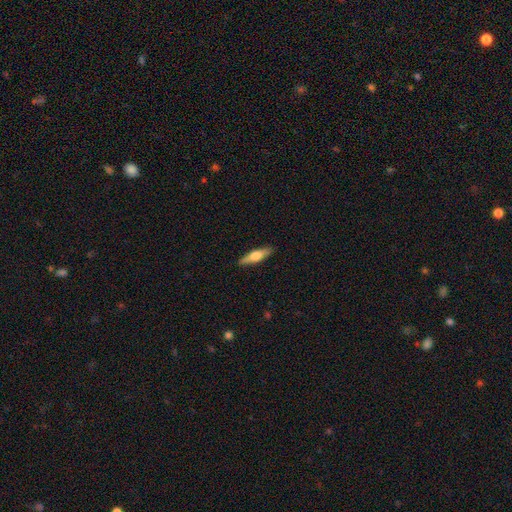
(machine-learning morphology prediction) A smooth galaxy with no disk features (49%).

Vote fractions:
- Smooth or featured? smooth: 49% / featured or disk: 46% / star or artifact: 6%
- Merging? none: 90% / minor disturbance: 8% / major disturbance: 2% / merger: 1%